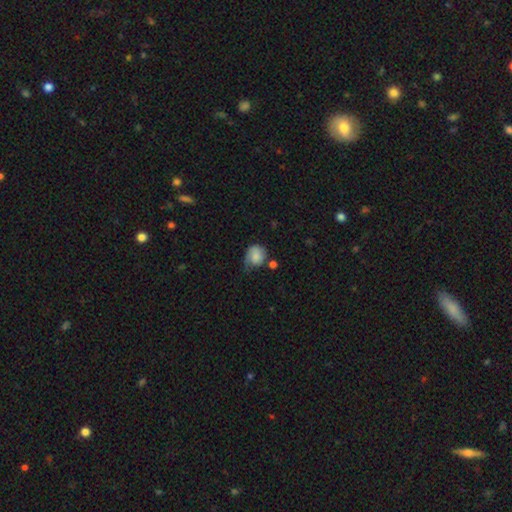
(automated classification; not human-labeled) smooth 57%, featured or disk 35%, star or artifact 8%. Down the decision tree: how rounded — round (62%); merging — none (40%).